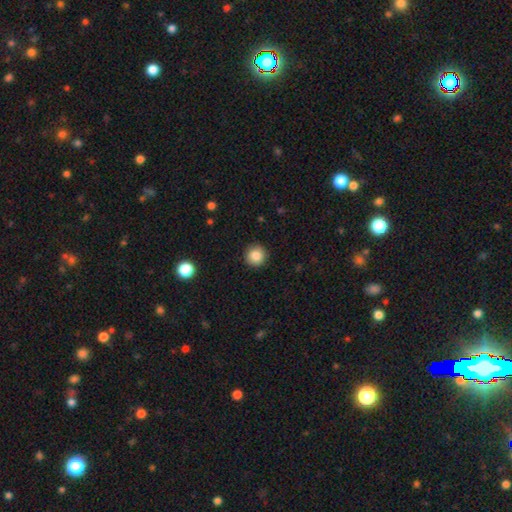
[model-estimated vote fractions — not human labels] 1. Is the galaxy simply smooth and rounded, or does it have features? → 85% smooth, 10% star or artifact, 5% featured or disk.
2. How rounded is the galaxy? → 95% round, 4% in between, 1% cigar-shaped.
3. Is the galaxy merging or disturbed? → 92% none, 5% minor disturbance, 2% major disturbance, 1% merger.